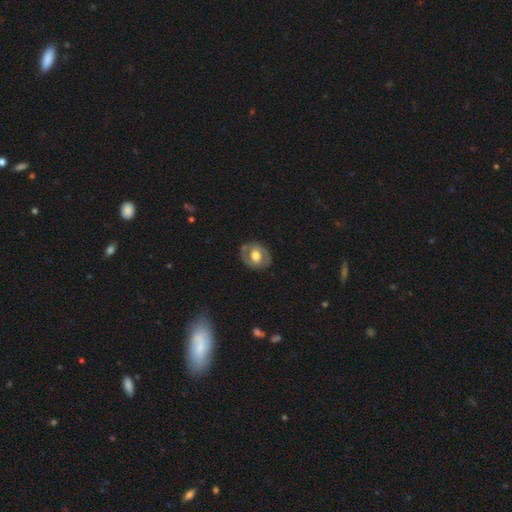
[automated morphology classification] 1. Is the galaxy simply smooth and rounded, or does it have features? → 56% featured or disk, 38% smooth, 6% star or artifact.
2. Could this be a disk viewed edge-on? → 95% no, 5% yes.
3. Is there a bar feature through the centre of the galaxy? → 52% no, 34% weak, 14% strong.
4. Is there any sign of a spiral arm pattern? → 52% no, 48% yes.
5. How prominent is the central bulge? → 58% moderate, 33% large, 6% small, 2% dominant, 1% none.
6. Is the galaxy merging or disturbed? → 78% none, 15% minor disturbance, 5% major disturbance, 1% merger.